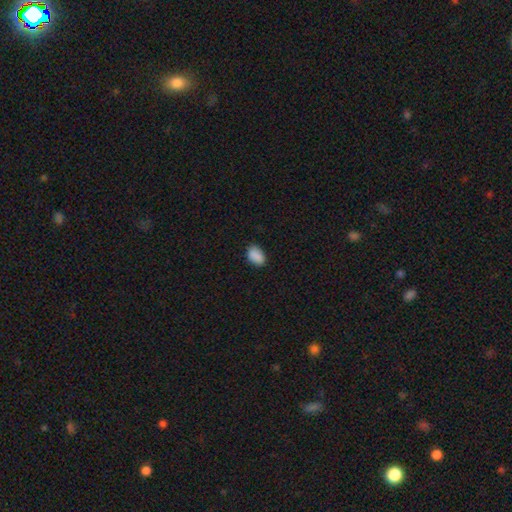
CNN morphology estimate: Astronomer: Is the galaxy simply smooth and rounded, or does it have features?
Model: smooth — 89%.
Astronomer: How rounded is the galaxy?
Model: in between — 84%.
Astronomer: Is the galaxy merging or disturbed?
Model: none — 81%.